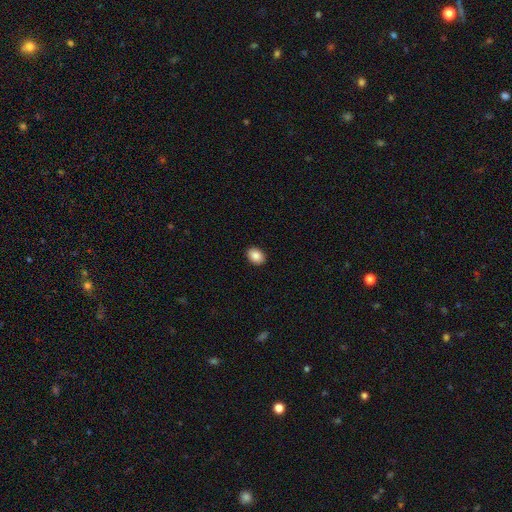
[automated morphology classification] Smooth or featured?
  - smooth: 88% *
  - star or artifact: 8%
  - featured or disk: 4%
How rounded?
  - in between: 65% *
  - round: 34%
  - cigar-shaped: 1%
Merging?
  - none: 92% *
  - minor disturbance: 6%
  - major disturbance: 2%
  - merger: 1%